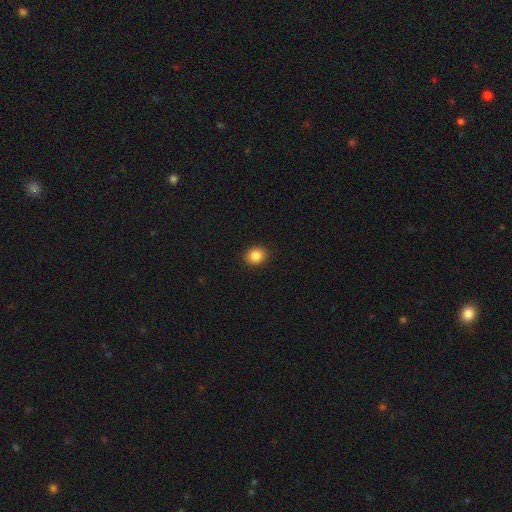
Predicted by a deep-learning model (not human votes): smooth_or_featured: smooth (p=0.86) [alt: star or artifact p=0.09]
how_rounded: round (p=0.65) [alt: in between p=0.34]
merging: none (p=0.91) [alt: minor disturbance p=0.06]